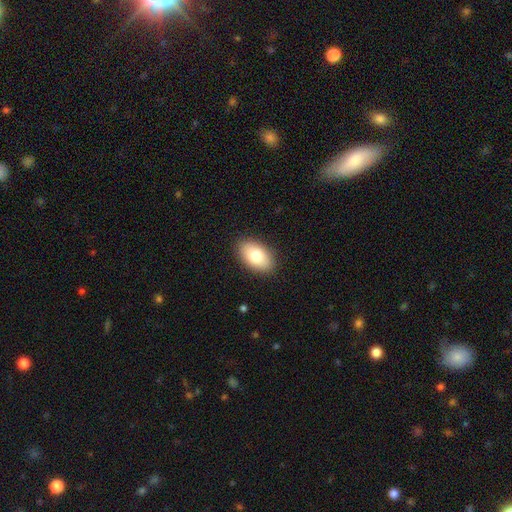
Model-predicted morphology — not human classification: This is likely a smooth galaxy (80%). How rounded: clearly in between (93%). Merging: clearly none (88%).